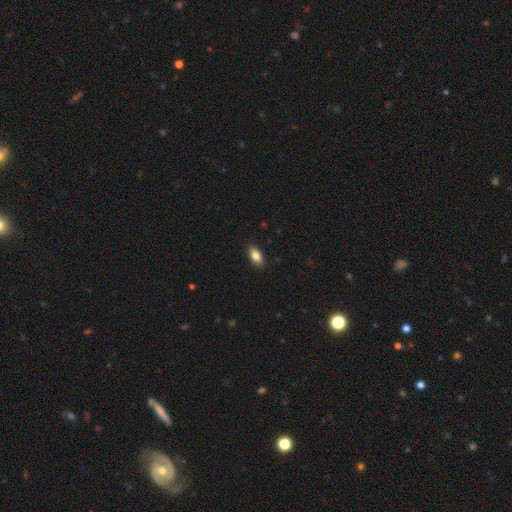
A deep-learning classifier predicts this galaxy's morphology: Smooth or featured: smooth — 83% (featured or disk — 10%)
How rounded: in between — 88% (cigar-shaped — 8%)
Merging: none — 88% (minor disturbance — 9%)